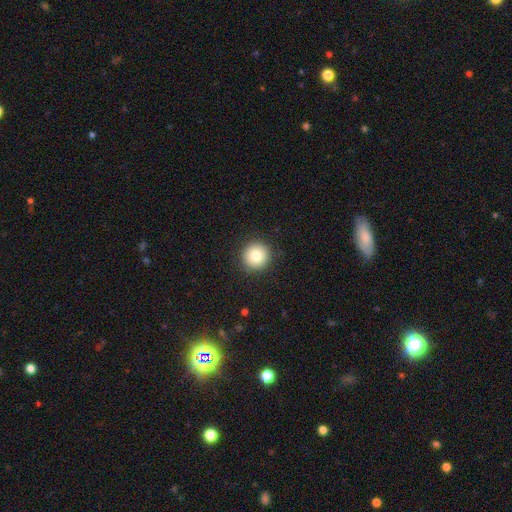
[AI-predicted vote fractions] Smooth or featured?
  - smooth: 80% *
  - featured or disk: 10%
  - star or artifact: 10%
How rounded?
  - round: 95% *
  - in between: 4%
  - cigar-shaped: 1%
Merging?
  - none: 91% *
  - minor disturbance: 6%
  - major disturbance: 2%
  - merger: 1%